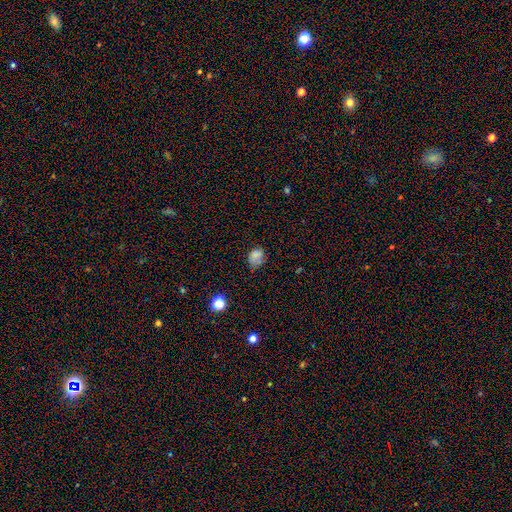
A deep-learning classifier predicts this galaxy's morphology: The model was most divided on "how rounded": in between: 59%, round: 39%, cigar-shaped: 1%. More confident: smooth or featured — smooth (69%); merging — none (52%).